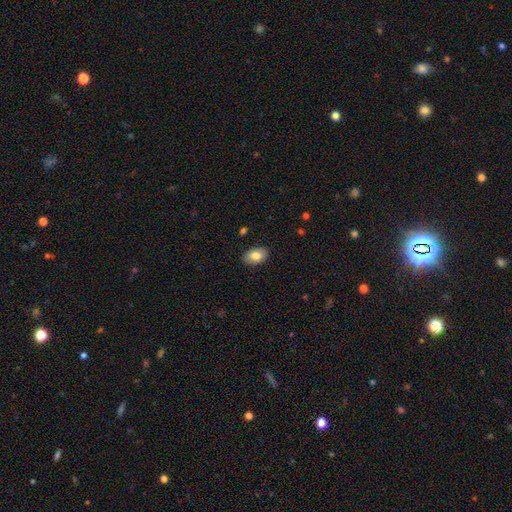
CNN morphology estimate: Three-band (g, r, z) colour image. It shows a smooth galaxy with no disk features (81%) that is in between round and cigar-shaped (89%). Merging: none (88%).